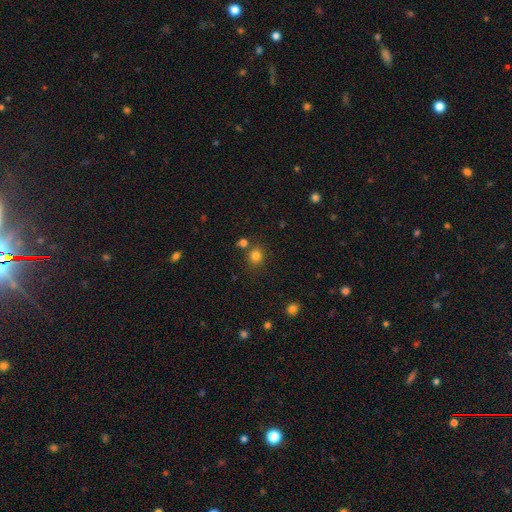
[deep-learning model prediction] smooth-or-featured: smooth: 79% | star or artifact: 15% | featured or disk: 6%
  how-rounded: round: 84% | in between: 15% | cigar-shaped: 1%
  merging: none: 74% | merger: 13% | minor disturbance: 10% | major disturbance: 3%